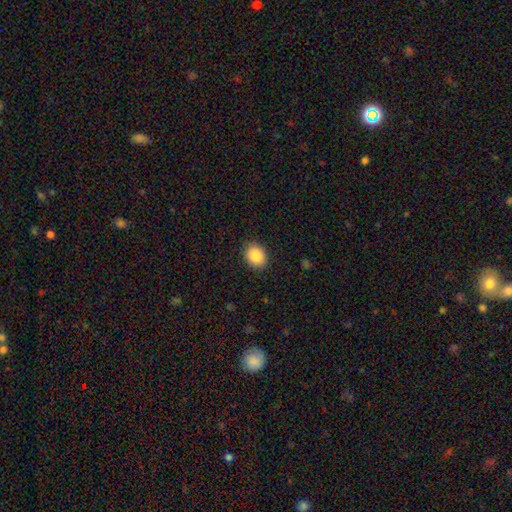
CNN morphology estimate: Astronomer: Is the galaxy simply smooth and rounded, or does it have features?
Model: smooth — 89%.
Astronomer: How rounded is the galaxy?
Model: in between — 50% (runner-up: round, 49%).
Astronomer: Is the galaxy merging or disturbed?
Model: none — 89%.